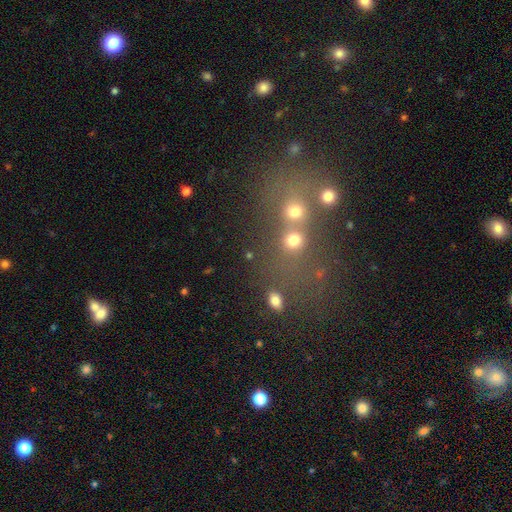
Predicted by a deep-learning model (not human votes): Smooth or featured: star or artifact — 47% (smooth — 37%)